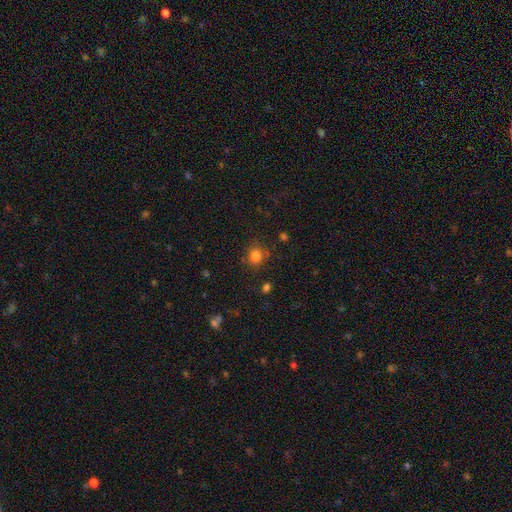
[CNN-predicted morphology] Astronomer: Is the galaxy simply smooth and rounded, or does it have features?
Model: smooth — 81%.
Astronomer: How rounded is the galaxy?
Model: round — 79%.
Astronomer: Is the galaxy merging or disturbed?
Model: none — 77%.